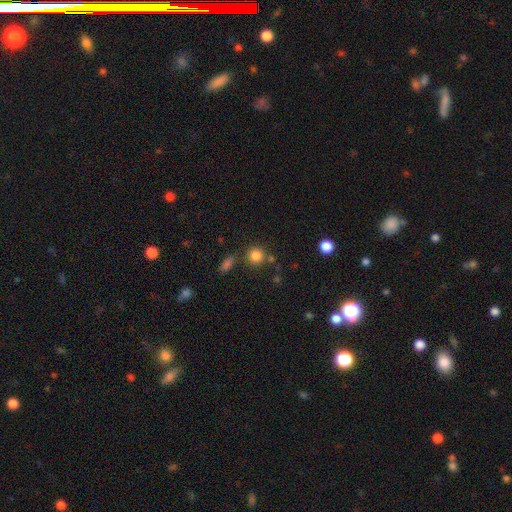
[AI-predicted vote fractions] Q: Smooth or featured?
A: smooth (83%); runner-up: star or artifact (12%)
Q: How rounded?
A: round (91%); runner-up: in between (8%)
Q: Merging?
A: none (73%); runner-up: merger (12%)